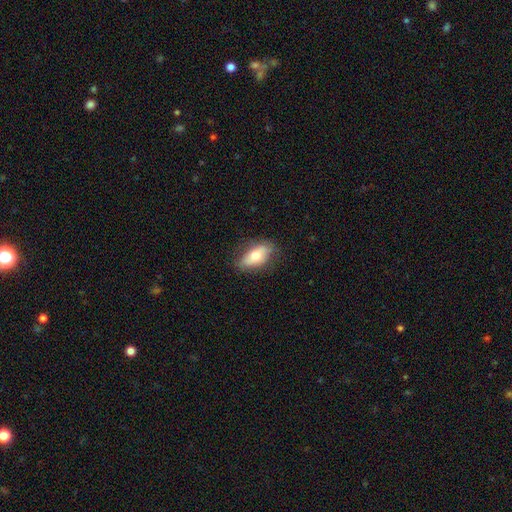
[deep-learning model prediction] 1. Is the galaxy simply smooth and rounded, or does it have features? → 64% smooth, 29% featured or disk, 7% star or artifact.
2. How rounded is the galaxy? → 85% in between, 10% cigar-shaped, 5% round.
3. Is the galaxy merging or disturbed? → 76% none, 18% minor disturbance, 4% major disturbance, 1% merger.